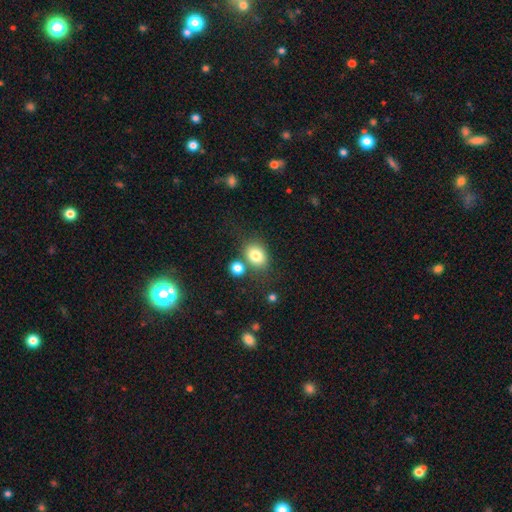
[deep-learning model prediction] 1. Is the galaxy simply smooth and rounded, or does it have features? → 80% smooth, 11% star or artifact, 9% featured or disk.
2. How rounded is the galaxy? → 55% in between, 44% round, 1% cigar-shaped.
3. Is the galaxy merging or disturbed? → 68% none, 15% merger, 13% minor disturbance, 5% major disturbance.